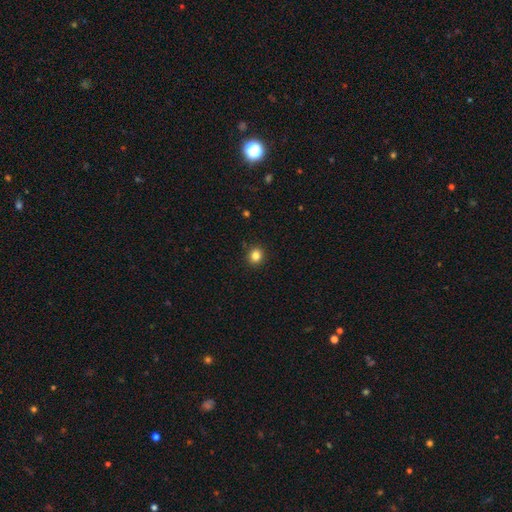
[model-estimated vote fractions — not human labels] Smooth or featured: smooth — 83% (star or artifact — 12%)
How rounded: round — 84% (in between — 15%)
Merging: none — 91% (minor disturbance — 6%)